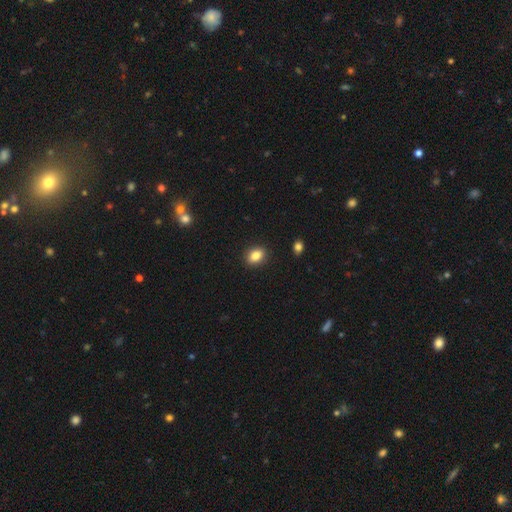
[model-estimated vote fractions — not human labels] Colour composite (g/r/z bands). It shows a smooth galaxy with no disk features (85%) that is in between round and cigar-shaped (69%). Merging: none (90%).